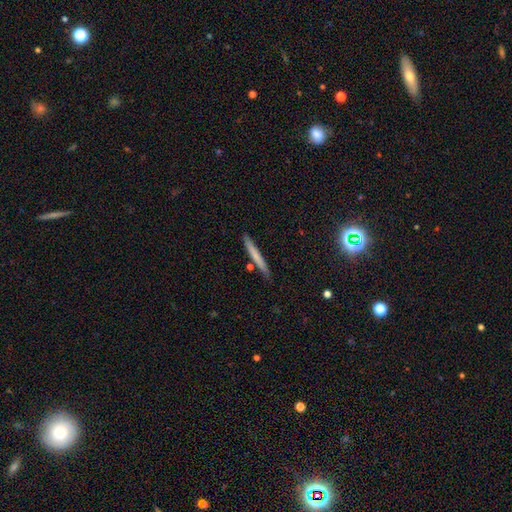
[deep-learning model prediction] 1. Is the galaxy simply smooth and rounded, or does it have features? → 66% smooth, 27% featured or disk, 7% star or artifact.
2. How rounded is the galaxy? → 96% cigar-shaped, 2% in between, 1% round.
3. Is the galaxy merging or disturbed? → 86% none, 9% minor disturbance, 3% merger, 2% major disturbance.